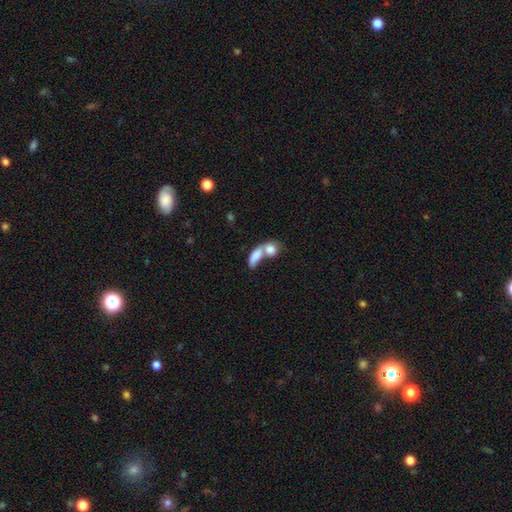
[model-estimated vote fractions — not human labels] smooth 78%, featured or disk 14%, star or artifact 8%. Down the decision tree: how rounded — in between (74%); merging — merger (67%).